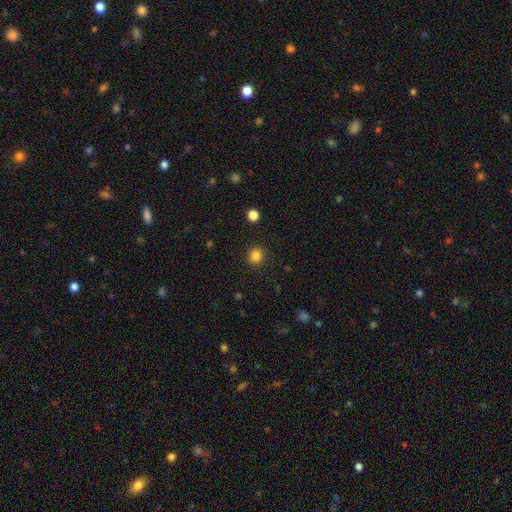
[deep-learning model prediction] Q: Smooth or featured?
A: smooth (84%); runner-up: star or artifact (12%)
Q: How rounded?
A: round (87%); runner-up: in between (12%)
Q: Merging?
A: none (91%); runner-up: minor disturbance (6%)